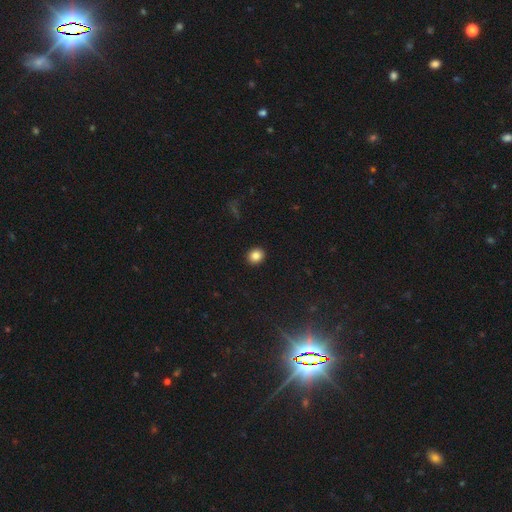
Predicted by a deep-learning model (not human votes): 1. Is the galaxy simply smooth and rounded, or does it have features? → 84% smooth, 10% star or artifact, 5% featured or disk.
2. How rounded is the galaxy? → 73% round, 26% in between, 1% cigar-shaped.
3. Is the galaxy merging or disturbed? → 92% none, 5% minor disturbance, 2% major disturbance, 1% merger.